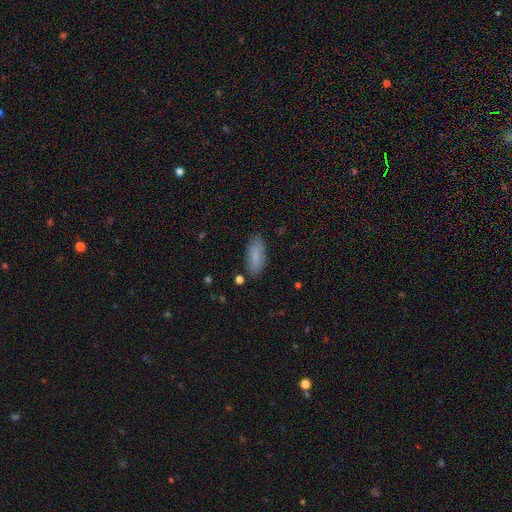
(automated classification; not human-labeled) A smooth galaxy with no disk features (83%) that is in between round and cigar-shaped (80%). Merging: none (79%).